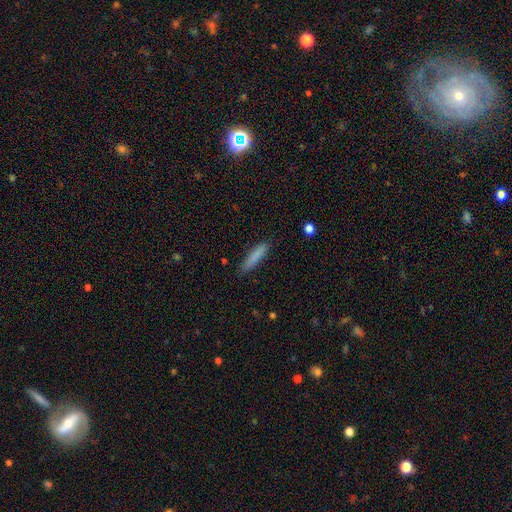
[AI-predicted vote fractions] smooth 82%, featured or disk 11%, star or artifact 7%. Down the decision tree: how rounded — cigar-shaped (86%); merging — none (84%).